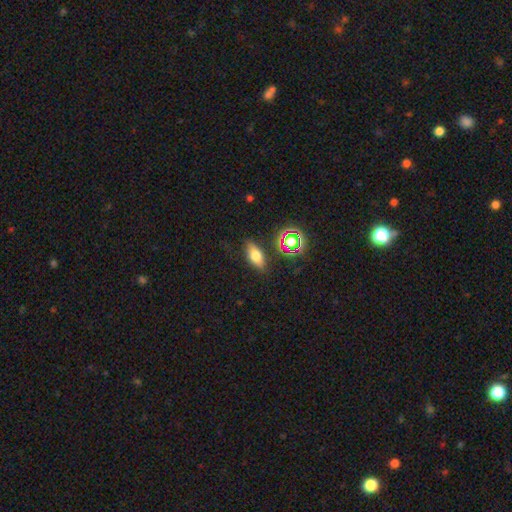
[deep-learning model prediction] Smooth or featured? smooth (64%)
How rounded? in between (71%)
Merging? none (83%)